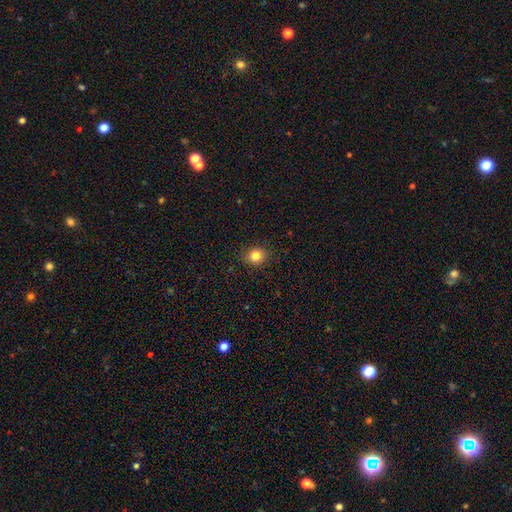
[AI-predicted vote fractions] Morphology: type=smooth (83%); roundness=round (72%); merging=none (89%).